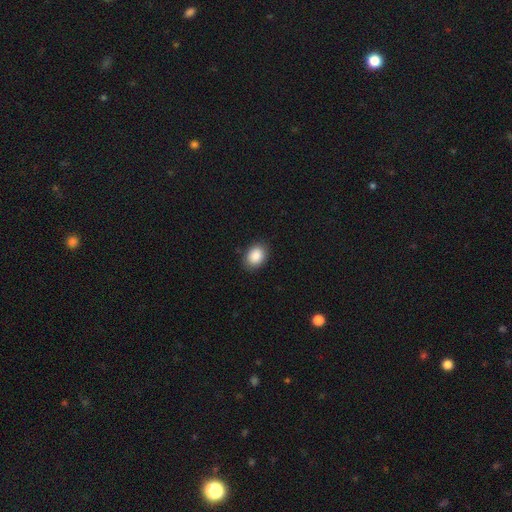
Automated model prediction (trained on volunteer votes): Overall: smooth (89%). How rounded: in between (69%; round 30%). Merging: none (86%).